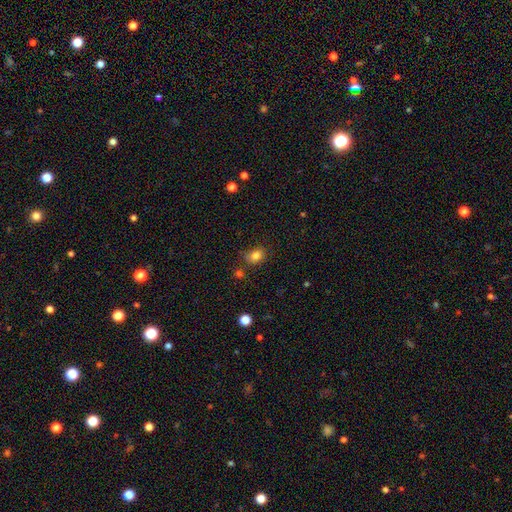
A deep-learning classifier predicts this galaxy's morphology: smooth-or-featured: smooth: 82% | star or artifact: 12% | featured or disk: 7%
  how-rounded: in between: 61% | round: 38% | cigar-shaped: 1%
  merging: none: 74% | minor disturbance: 16% | merger: 6% | major disturbance: 4%